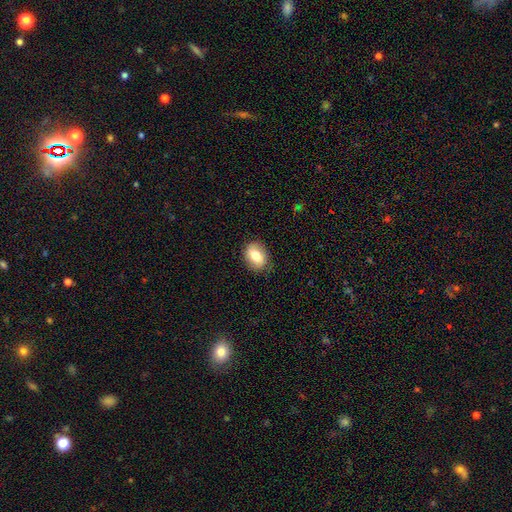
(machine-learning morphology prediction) This is likely a smooth galaxy (73%). How rounded: likely in between (69%). Merging: clearly none (82%).